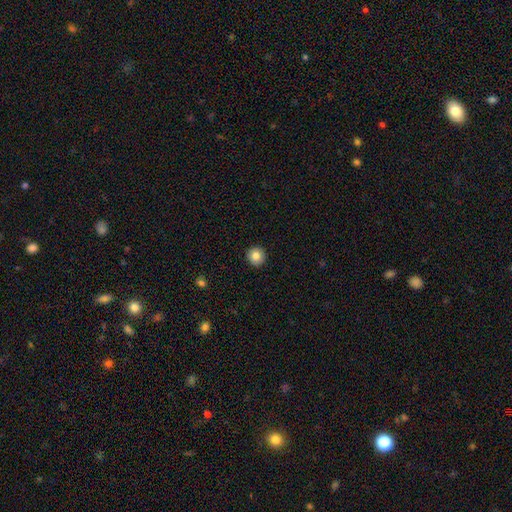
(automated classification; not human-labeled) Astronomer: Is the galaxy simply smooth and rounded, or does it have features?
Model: smooth — 84%.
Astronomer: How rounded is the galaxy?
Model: round — 95%.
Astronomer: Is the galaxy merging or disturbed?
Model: none — 93%.